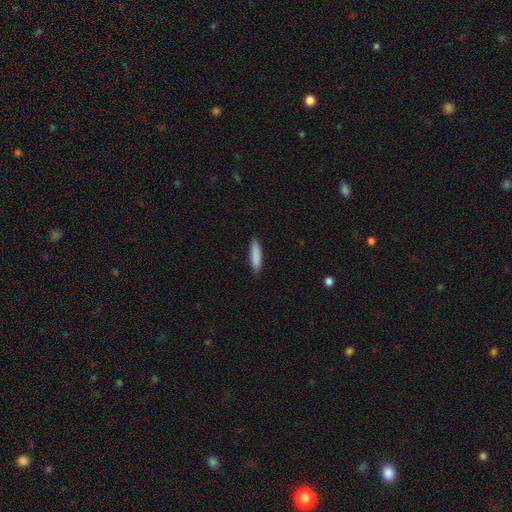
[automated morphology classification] smooth-or-featured: smooth: 87% | featured or disk: 7% | star or artifact: 6%
  how-rounded: cigar-shaped: 72% | in between: 27% | round: 1%
  merging: none: 87% | minor disturbance: 10% | major disturbance: 2% | merger: 1%